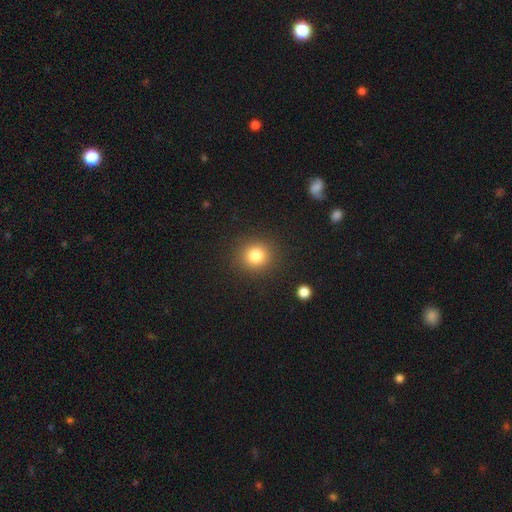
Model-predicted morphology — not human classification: Q: Smooth or featured?
A: smooth (81%); runner-up: star or artifact (12%)
Q: How rounded?
A: round (87%); runner-up: in between (12%)
Q: Merging?
A: none (89%); runner-up: minor disturbance (7%)